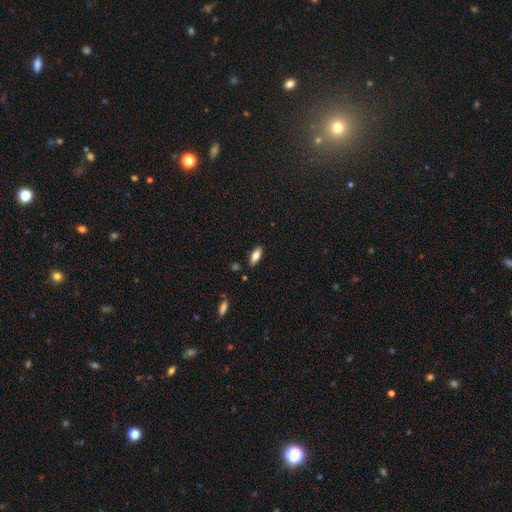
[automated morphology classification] Smooth or featured? Predicted: smooth (p=0.77). How rounded? Predicted: in between (p=0.78). Merging? Predicted: none (p=0.85).